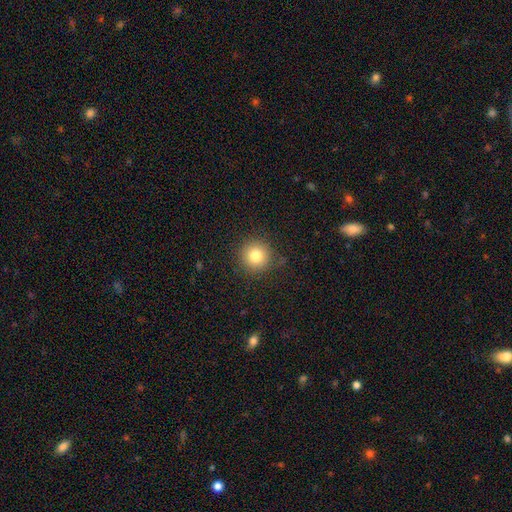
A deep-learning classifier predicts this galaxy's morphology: This is likely a smooth galaxy (80%). How rounded: clearly round (94%). Merging: clearly none (87%).